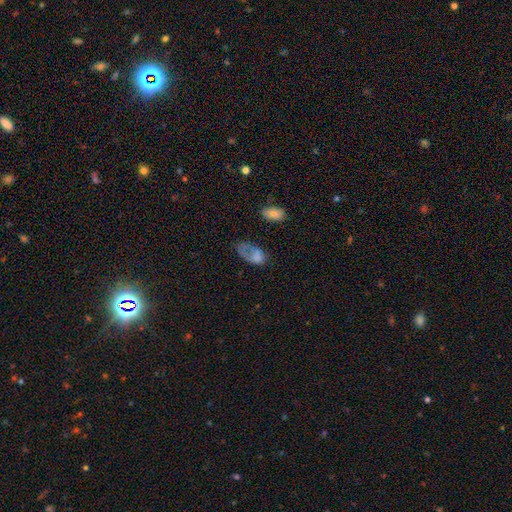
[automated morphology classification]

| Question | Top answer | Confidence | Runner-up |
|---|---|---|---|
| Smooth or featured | smooth | 63% | featured or disk (27%) |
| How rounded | in between | 90% | round (8%) |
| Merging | major disturbance | 44% | none (27%) |